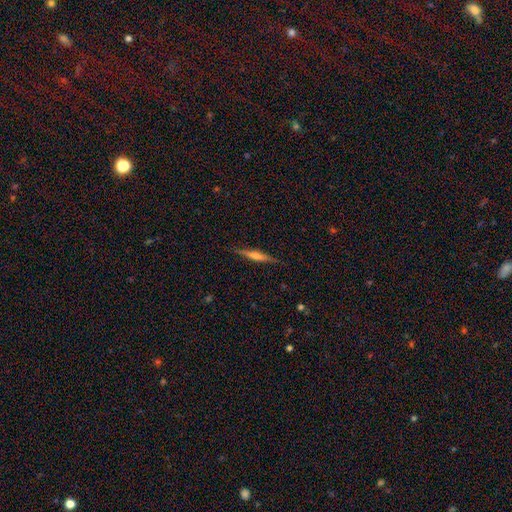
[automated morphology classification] Q: Smooth or featured?
A: featured or disk (58%); runner-up: smooth (35%)
Q: Edge-on disk?
A: yes (97%); runner-up: no (3%)
Q: Edge-on bulge?
A: rounded (61%); runner-up: none (22%)
Q: Merging?
A: none (89%); runner-up: minor disturbance (9%)